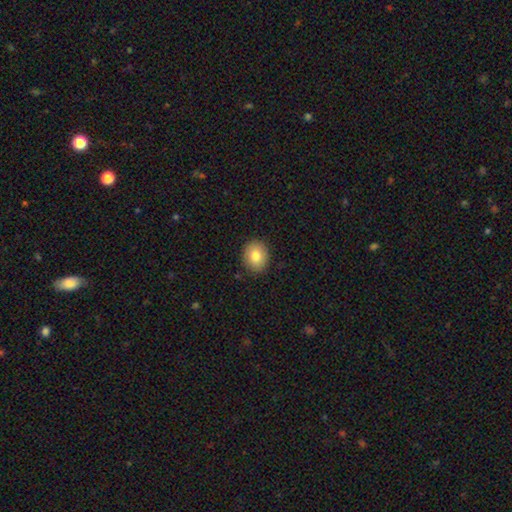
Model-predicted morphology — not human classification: A smooth galaxy with no disk features (81%) that is round (61%). Merging: none (88%).